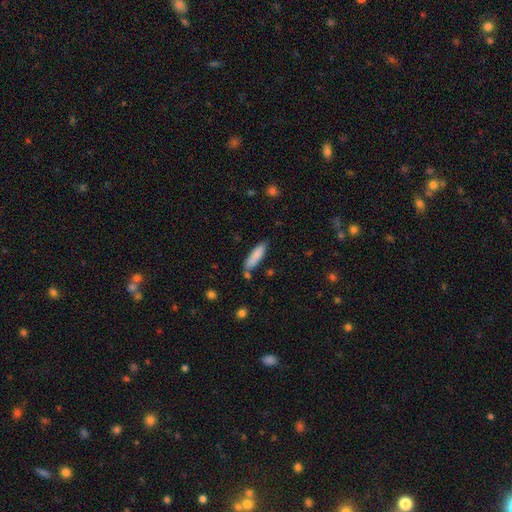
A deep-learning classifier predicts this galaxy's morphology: This is clearly a smooth galaxy (84%). How rounded: likely cigar-shaped (70%). Merging: likely none (75%).